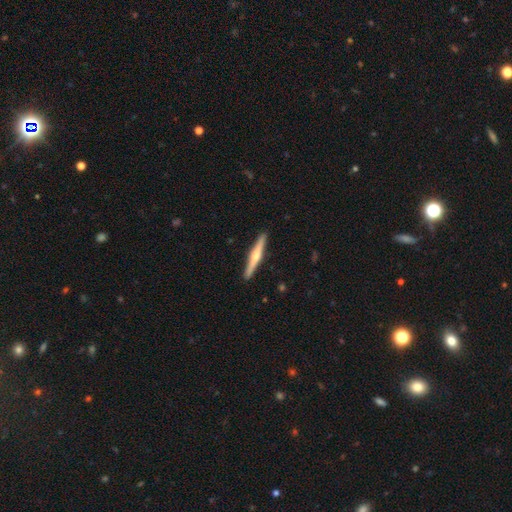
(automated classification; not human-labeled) smooth-or-featured: featured or disk: 63% | smooth: 32% | star or artifact: 5%
  disk-edge-on: yes: 98% | no: 2%
    edge-on-bulge: rounded: 85% | none: 9% | boxy: 6%
  merging: none: 92% | minor disturbance: 6% | major disturbance: 1% | merger: 1%